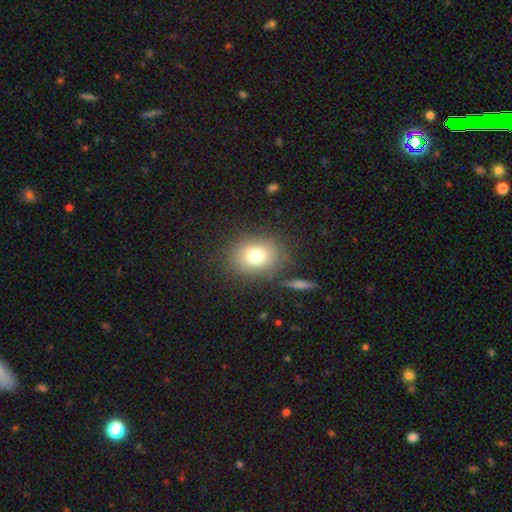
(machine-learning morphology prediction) smooth_or_featured: smooth (p=0.75) [alt: star or artifact p=0.13]
how_rounded: round (p=0.56) [alt: in between p=0.43]
merging: none (p=0.82) [alt: minor disturbance p=0.10]